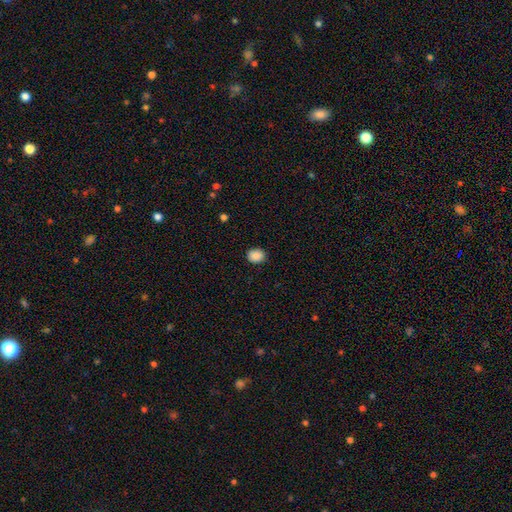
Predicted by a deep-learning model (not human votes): This appears to be a smooth galaxy with no disk features (89%) that is round (57%). Merging: none (88%).